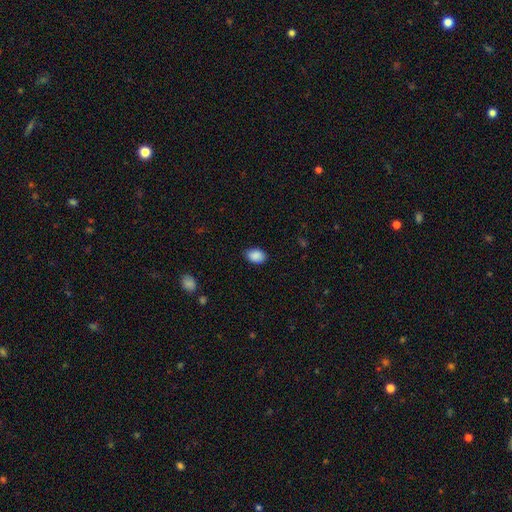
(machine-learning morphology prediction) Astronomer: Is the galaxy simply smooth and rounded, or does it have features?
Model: smooth — 89%.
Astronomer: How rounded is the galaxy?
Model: in between — 80%.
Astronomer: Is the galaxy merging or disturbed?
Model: none — 84%.